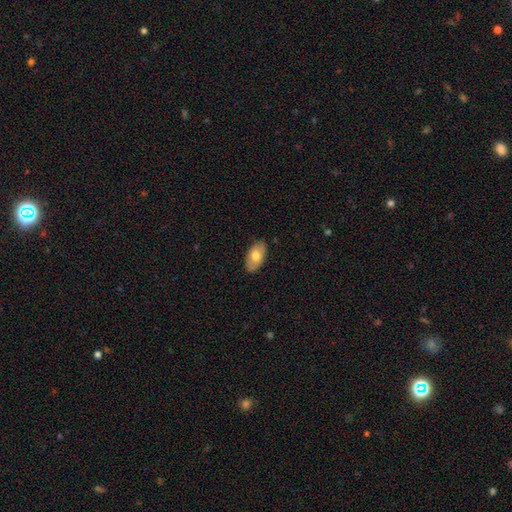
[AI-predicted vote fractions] smooth_or_featured: smooth (p=0.69) [alt: featured or disk p=0.25]
how_rounded: in between (p=0.94) [alt: round p=0.04]
merging: none (p=0.84) [alt: minor disturbance p=0.13]